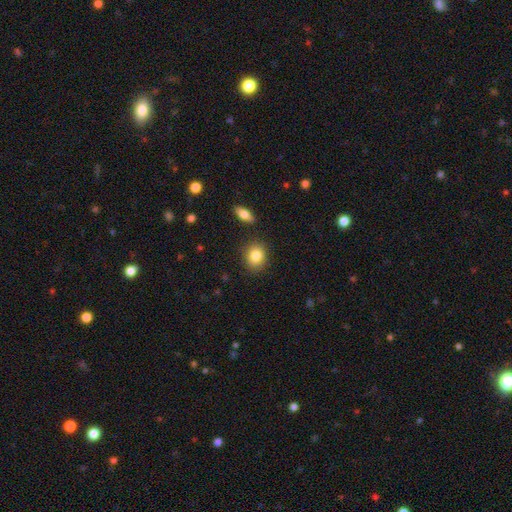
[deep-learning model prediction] Smooth or featured? smooth (84%)
How rounded? round (59%)
Merging? none (85%)